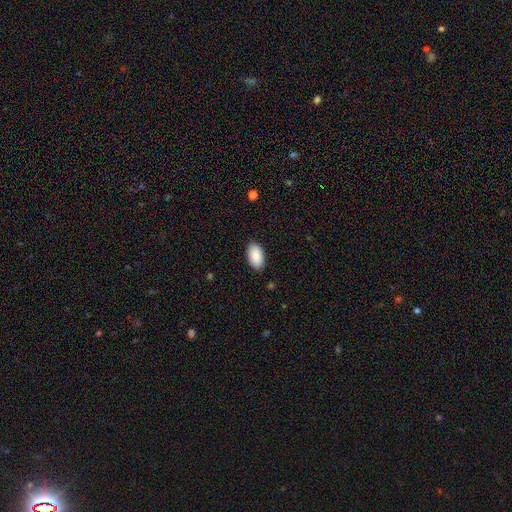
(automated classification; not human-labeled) Smooth or featured? smooth (89%)
How rounded? in between (95%)
Merging? none (88%)